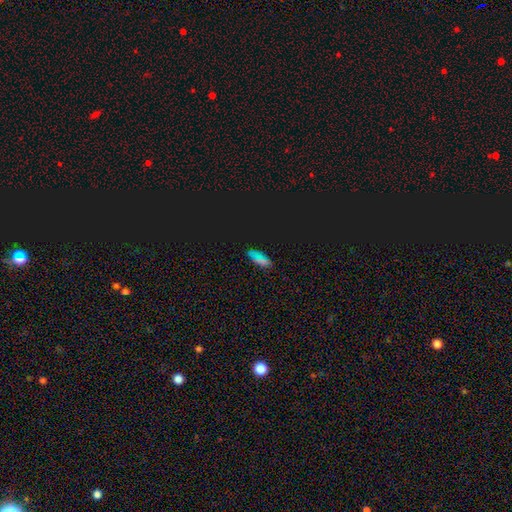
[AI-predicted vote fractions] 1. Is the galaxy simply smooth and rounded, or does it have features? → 44% smooth (tied), 44% star or artifact (tied), 12% featured or disk.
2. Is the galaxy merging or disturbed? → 75% none, 17% minor disturbance, 5% major disturbance, 3% merger.